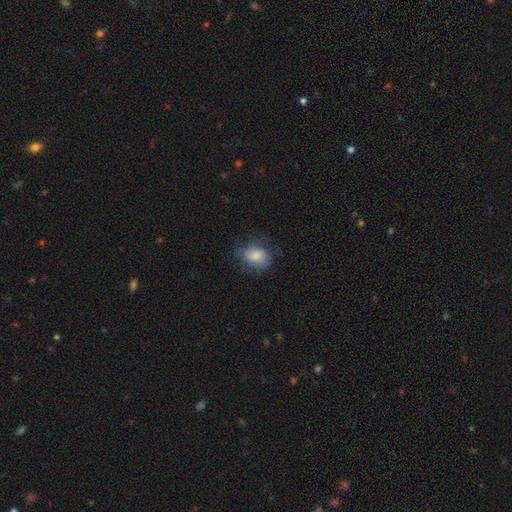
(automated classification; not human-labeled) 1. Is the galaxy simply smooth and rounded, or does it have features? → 70% smooth, 22% featured or disk, 8% star or artifact.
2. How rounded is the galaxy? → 56% in between, 43% round, 1% cigar-shaped.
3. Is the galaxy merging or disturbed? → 58% none, 26% minor disturbance, 15% major disturbance, 1% merger.